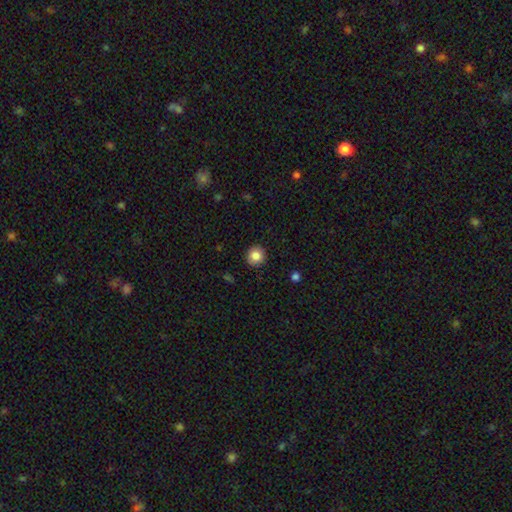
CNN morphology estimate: smooth-or-featured: smooth: 85% | star or artifact: 9% | featured or disk: 6%
  how-rounded: round: 92% | in between: 7% | cigar-shaped: 1%
  merging: none: 91% | minor disturbance: 6% | major disturbance: 2% | merger: 1%